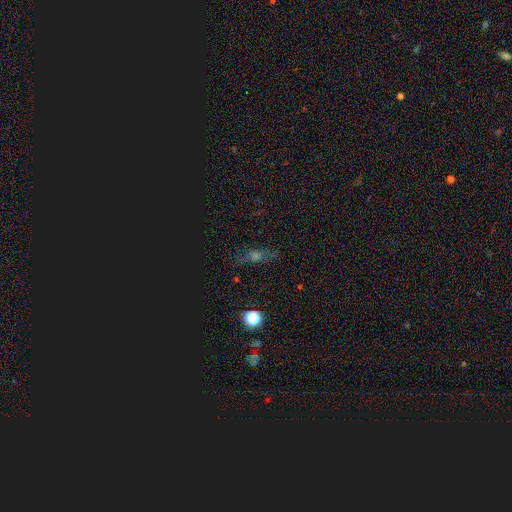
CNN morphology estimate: Q: Smooth or featured?
A: star or artifact (37%); runner-up: smooth (34%)